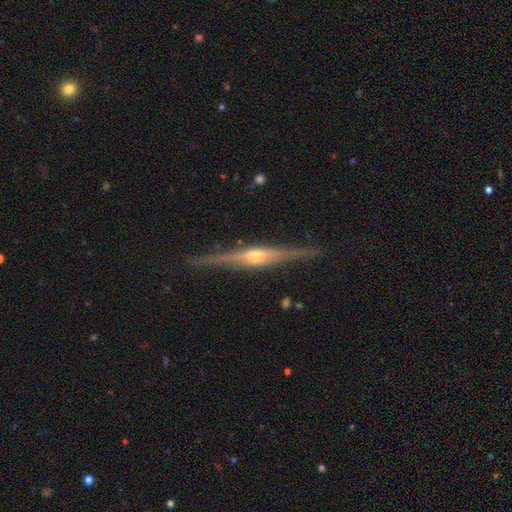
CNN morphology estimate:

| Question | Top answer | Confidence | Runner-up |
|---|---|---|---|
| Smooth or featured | featured or disk | 83% | smooth (11%) |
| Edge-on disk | yes | 98% | no (2%) |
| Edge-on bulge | rounded | 84% | boxy (10%) |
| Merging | none | 87% | minor disturbance (10%) |